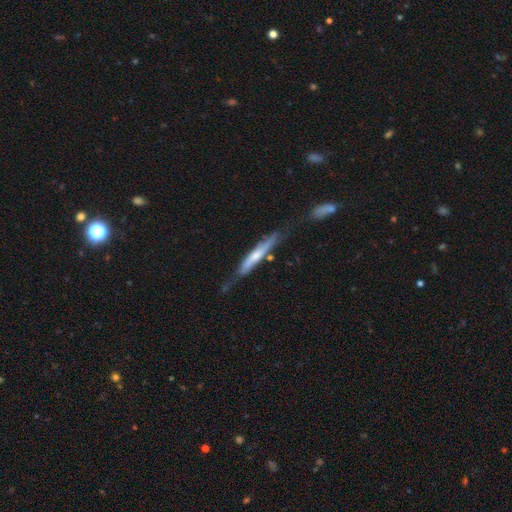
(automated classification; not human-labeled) Q: Smooth or featured?
A: featured or disk (53%); runner-up: smooth (42%)
Q: Edge-on disk?
A: yes (84%); runner-up: no (16%)
Q: Merging?
A: none (58%); runner-up: minor disturbance (27%)